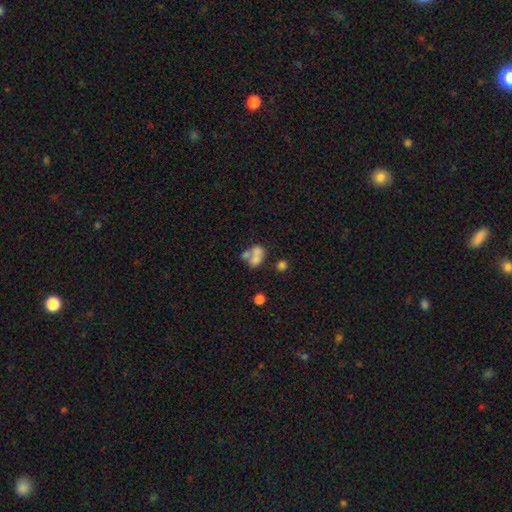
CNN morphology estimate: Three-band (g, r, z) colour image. It shows a smooth galaxy with no disk features (60%) that is in between round and cigar-shaped (65%). Merging: merger (59%).